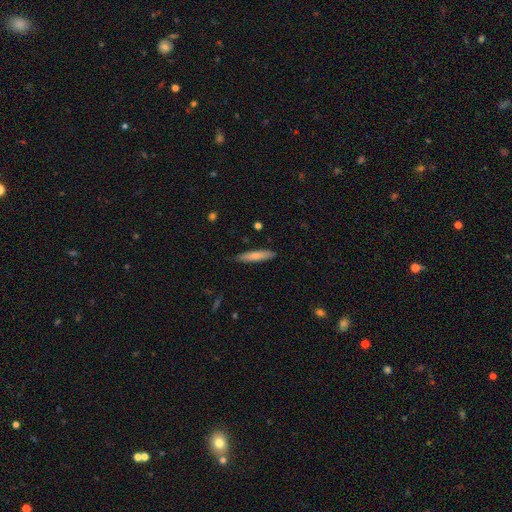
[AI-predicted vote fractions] Smooth or featured? Predicted: smooth (p=0.78). How rounded? Predicted: cigar-shaped (p=0.87). Merging? Predicted: none (p=0.85).